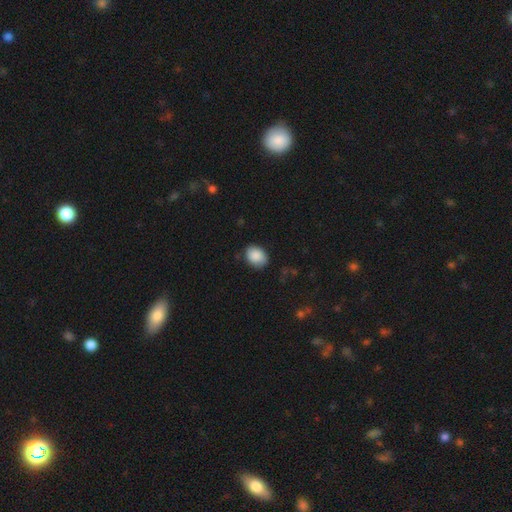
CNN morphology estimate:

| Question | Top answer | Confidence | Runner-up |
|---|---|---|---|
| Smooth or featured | smooth | 88% | star or artifact (7%) |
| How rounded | in between | 62% | round (37%) |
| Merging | none | 80% | minor disturbance (16%) |